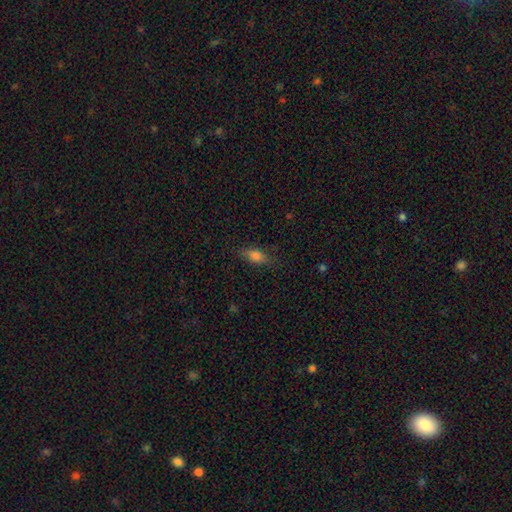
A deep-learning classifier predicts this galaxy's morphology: This is likely a smooth galaxy (75%). How rounded: likely in between (78%). Merging: likely none (80%).